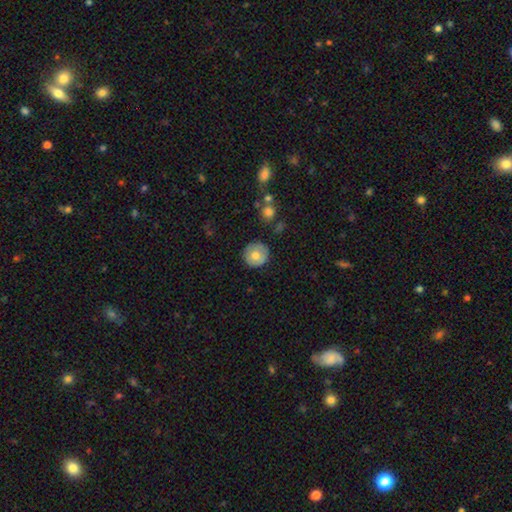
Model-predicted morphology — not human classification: smooth 71%, featured or disk 21%, star or artifact 8%. Down the decision tree: how rounded — round (94%); merging — none (87%).